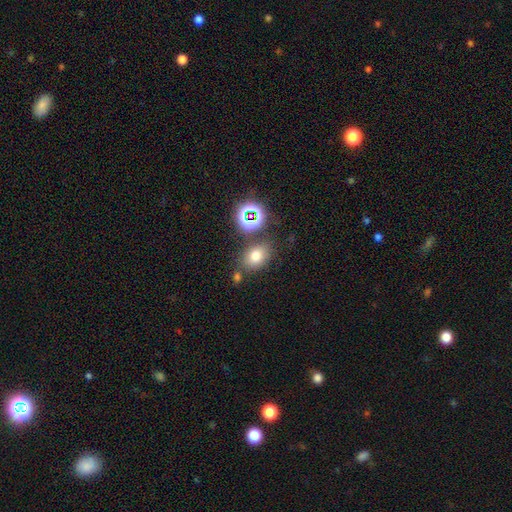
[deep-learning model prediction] A smooth galaxy with no disk features (70%) that is in between round and cigar-shaped (66%).

Vote fractions:
- Smooth or featured? smooth: 70% / star or artifact: 19% / featured or disk: 11%
- How rounded? in between: 66% / round: 33% / cigar-shaped: 1%
- Merging? none: 72% / minor disturbance: 13% / merger: 10% / major disturbance: 5%